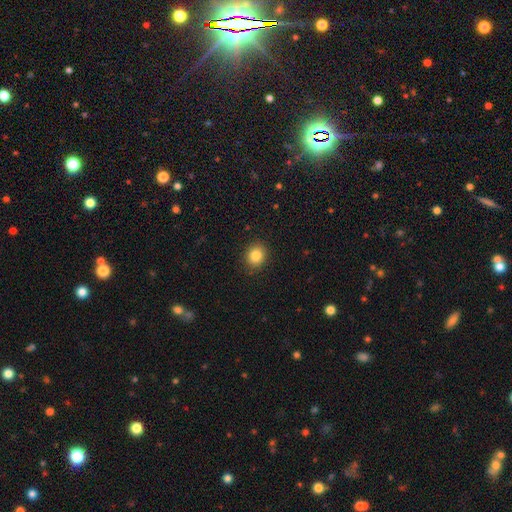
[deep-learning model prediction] Q: Smooth or featured?
A: smooth (85%); runner-up: star or artifact (10%)
Q: How rounded?
A: round (73%); runner-up: in between (26%)
Q: Merging?
A: none (89%); runner-up: minor disturbance (8%)